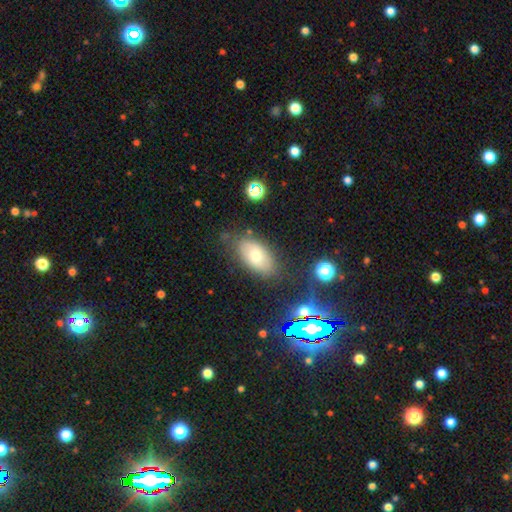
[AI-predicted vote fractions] Smooth or featured? smooth (67%)
How rounded? in between (91%)
Merging? none (76%)